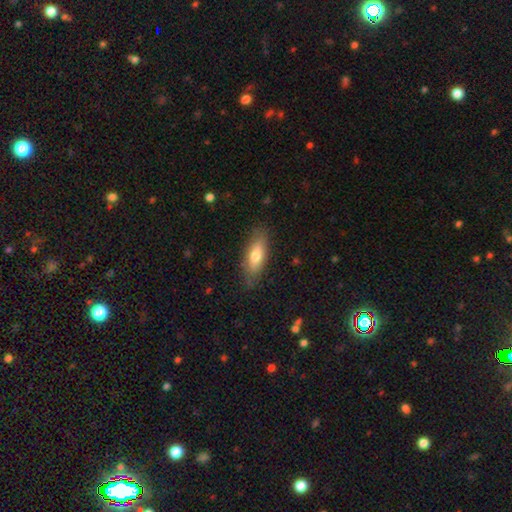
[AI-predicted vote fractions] smooth 70%, featured or disk 24%, star or artifact 6%. Down the decision tree: how rounded — in between (67%); merging — none (81%).